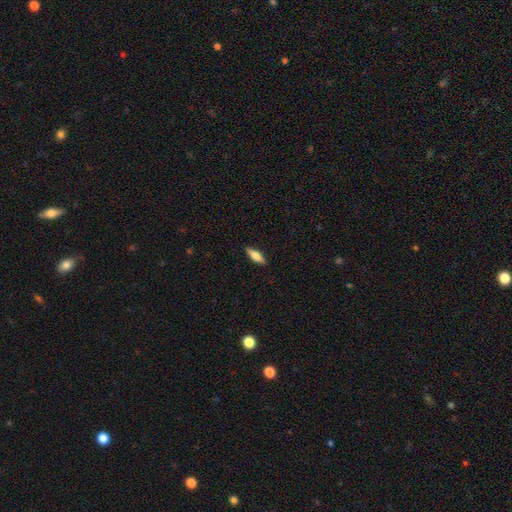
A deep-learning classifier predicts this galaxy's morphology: Smooth or featured? smooth (64%)
How rounded? cigar-shaped (49%, tied with in between)
Merging? none (89%)